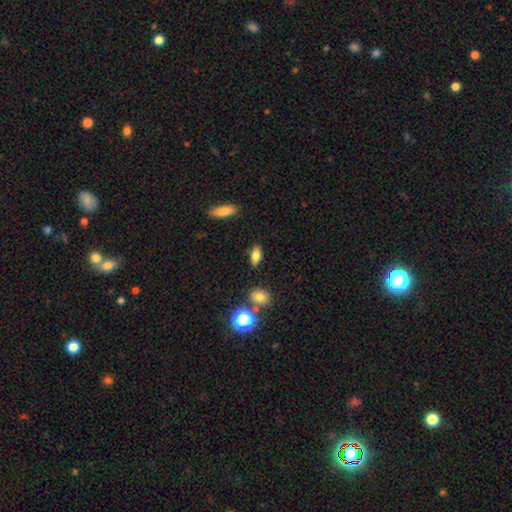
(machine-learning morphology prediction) smooth 74%, featured or disk 15%, star or artifact 11%. Down the decision tree: how rounded — in between (78%); merging — none (85%).